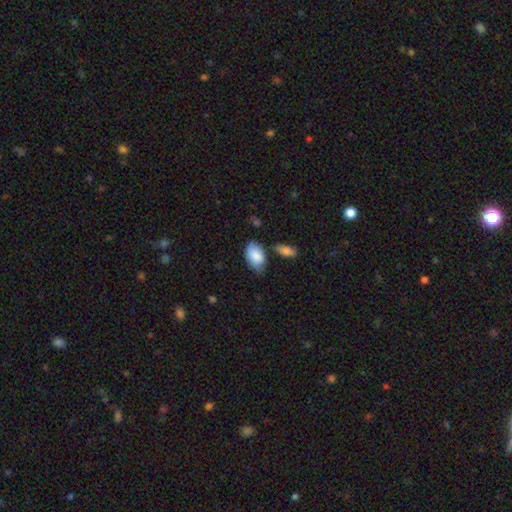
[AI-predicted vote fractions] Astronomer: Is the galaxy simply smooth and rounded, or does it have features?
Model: smooth — 86%.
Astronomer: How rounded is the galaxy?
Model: in between — 93%.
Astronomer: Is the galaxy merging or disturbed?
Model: none — 57%.